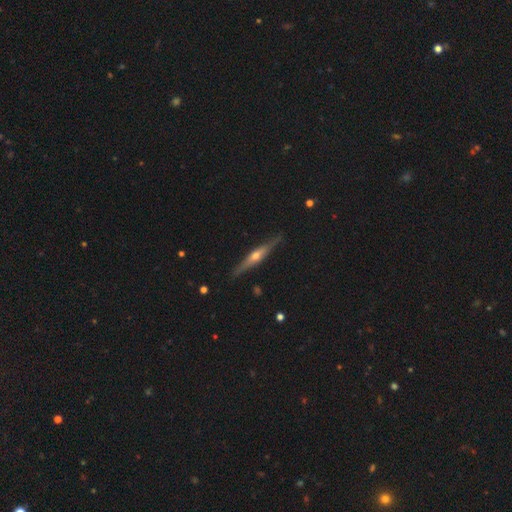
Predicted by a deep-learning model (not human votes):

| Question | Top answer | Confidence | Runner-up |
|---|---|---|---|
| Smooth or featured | featured or disk | 78% | smooth (17%) |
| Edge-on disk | yes | 97% | no (3%) |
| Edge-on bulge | rounded | 88% | none (7%) |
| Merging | none | 89% | minor disturbance (9%) |